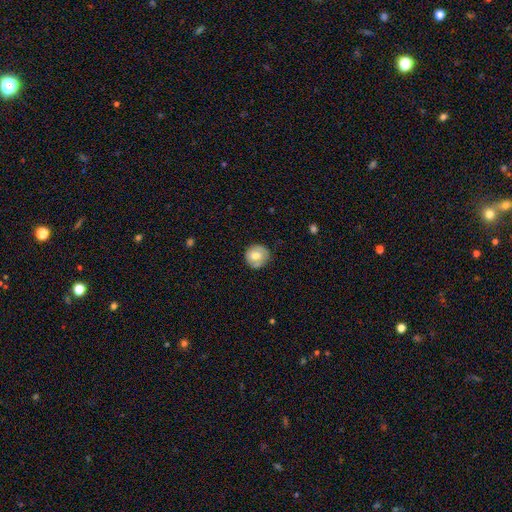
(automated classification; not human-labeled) smooth-or-featured: smooth: 64% | featured or disk: 28% | star or artifact: 7%
  how-rounded: round: 90% | in between: 9% | cigar-shaped: 1%
  merging: none: 79% | minor disturbance: 15% | major disturbance: 3% | merger: 2%